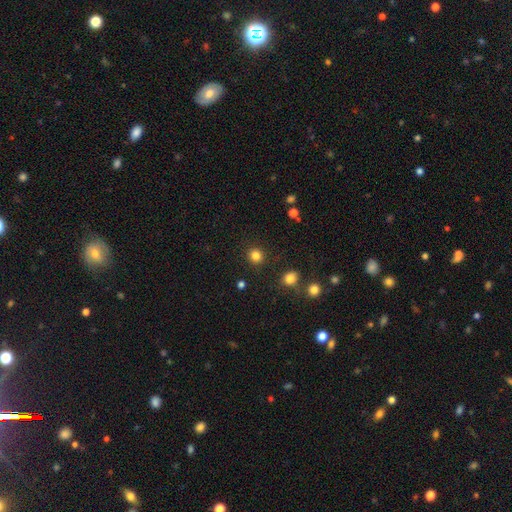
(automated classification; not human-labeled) Q: Smooth or featured?
A: smooth (82%); runner-up: star or artifact (13%)
Q: How rounded?
A: round (92%); runner-up: in between (7%)
Q: Merging?
A: none (90%); runner-up: minor disturbance (6%)